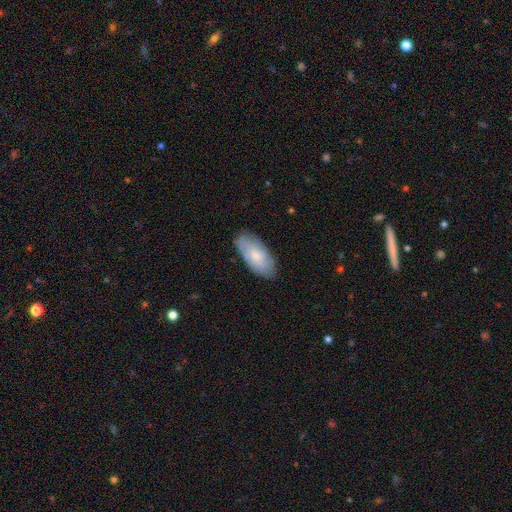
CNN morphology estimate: The model was most divided on "smooth or featured": smooth: 57%, featured or disk: 37%, star or artifact: 6%. More confident: how rounded — in between (90%); merging — none (80%).